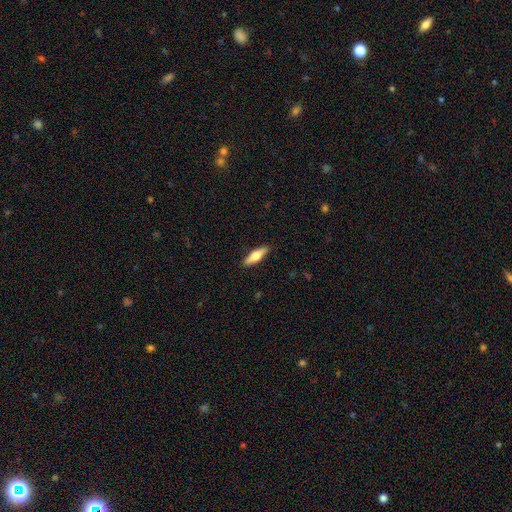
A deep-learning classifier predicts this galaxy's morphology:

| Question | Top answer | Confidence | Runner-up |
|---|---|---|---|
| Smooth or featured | smooth | 56% | featured or disk (38%) |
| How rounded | cigar-shaped | 58% | in between (40%) |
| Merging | none | 89% | minor disturbance (8%) |